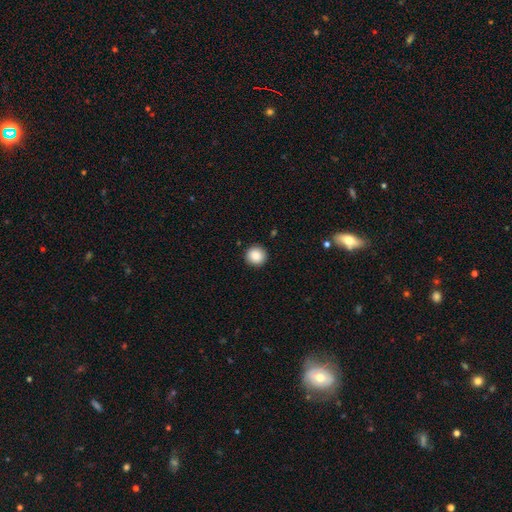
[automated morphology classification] smooth 89%, star or artifact 8%, featured or disk 3%. Down the decision tree: how rounded — round (95%); merging — none (91%).